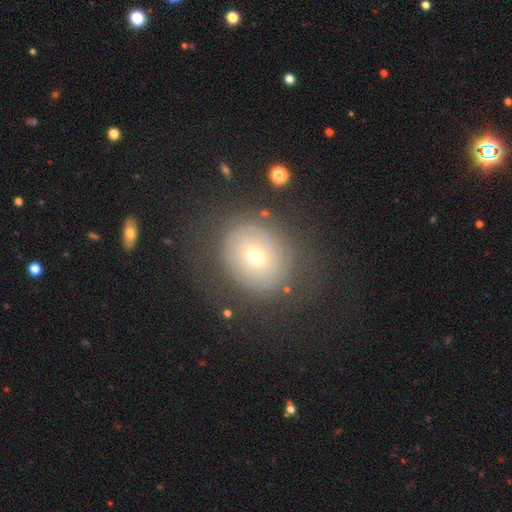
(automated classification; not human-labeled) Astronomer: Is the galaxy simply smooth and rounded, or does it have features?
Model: smooth — 51% (runner-up: featured or disk, 37%).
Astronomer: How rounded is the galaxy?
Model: round — 68%.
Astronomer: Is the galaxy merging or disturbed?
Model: none — 72%.